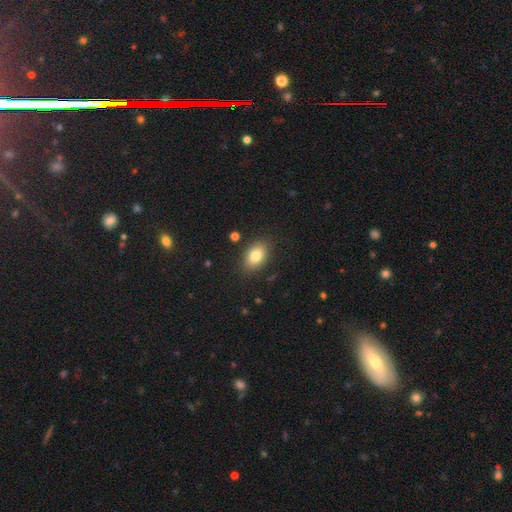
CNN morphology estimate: smooth_or_featured: smooth (p=0.81) [alt: featured or disk p=0.10]
how_rounded: in between (p=0.85) [alt: round p=0.14]
merging: none (p=0.85) [alt: minor disturbance p=0.10]